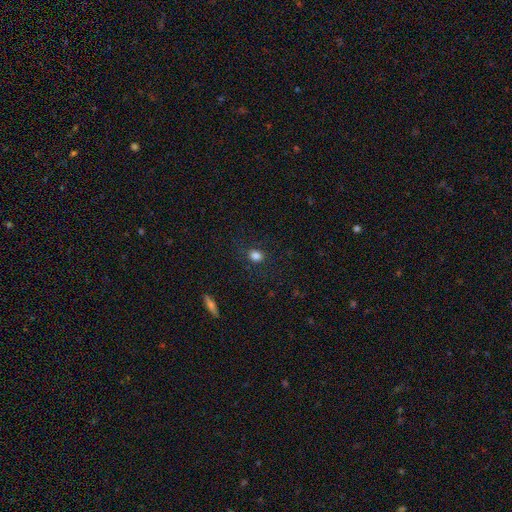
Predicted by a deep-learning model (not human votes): Smooth or featured? smooth (83%)
How rounded? round (63%)
Merging? none (84%)